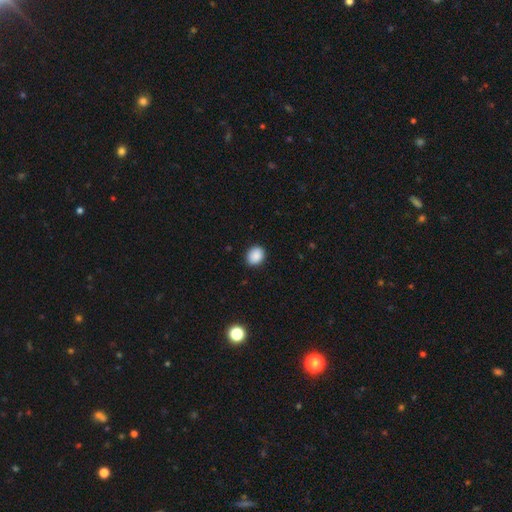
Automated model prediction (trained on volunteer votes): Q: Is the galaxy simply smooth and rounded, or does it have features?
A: smooth — 88%.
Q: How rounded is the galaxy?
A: round — 58%.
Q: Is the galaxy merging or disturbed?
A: none — 87%.